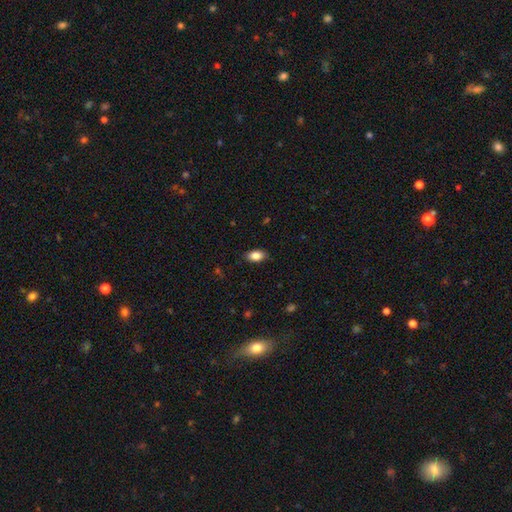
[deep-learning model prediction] Smooth or featured: smooth — 86% (star or artifact — 8%)
How rounded: in between — 91% (round — 6%)
Merging: none — 86% (minor disturbance — 10%)